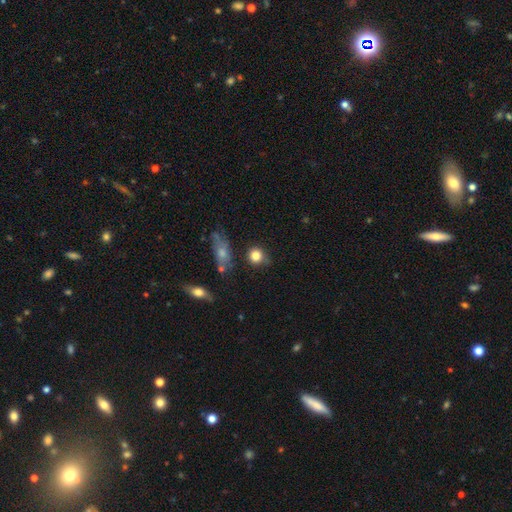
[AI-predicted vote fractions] Smooth or featured?
  - smooth: 82% *
  - star or artifact: 10%
  - featured or disk: 8%
How rounded?
  - round: 84% *
  - in between: 14%
  - cigar-shaped: 2%
Merging?
  - none: 70% *
  - minor disturbance: 18%
  - merger: 6%
  - major disturbance: 6%